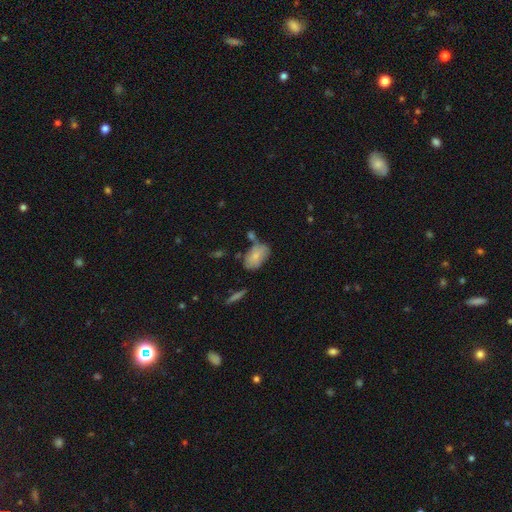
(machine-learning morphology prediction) smooth_or_featured: smooth (p=0.74) [alt: featured or disk p=0.18]
how_rounded: in between (p=0.90) [alt: round p=0.08]
merging: none (p=0.50) [alt: minor disturbance p=0.26]